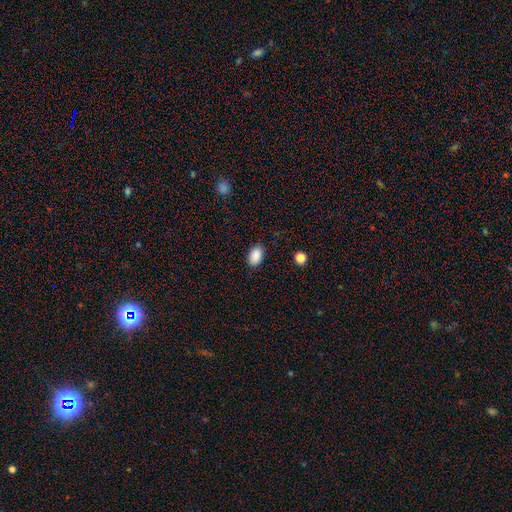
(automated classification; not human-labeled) Smooth or featured?
  - smooth: 89% *
  - star or artifact: 8%
  - featured or disk: 3%
How rounded?
  - in between: 90% *
  - round: 9%
  - cigar-shaped: 1%
Merging?
  - none: 86% *
  - minor disturbance: 11%
  - major disturbance: 3%
  - merger: 1%